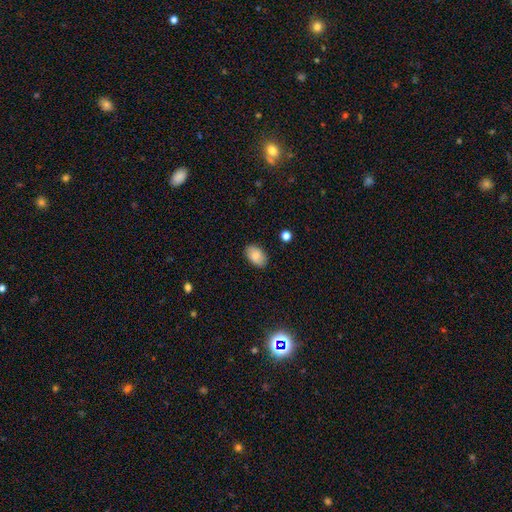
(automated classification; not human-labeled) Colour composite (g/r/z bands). It shows a smooth galaxy with no disk features (82%) that is in between round and cigar-shaped (91%). Merging: none (86%).